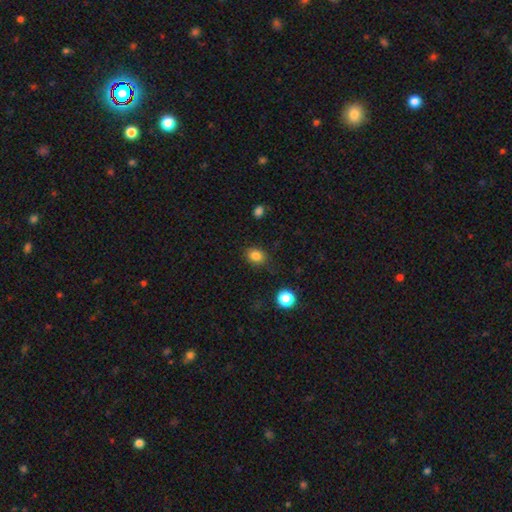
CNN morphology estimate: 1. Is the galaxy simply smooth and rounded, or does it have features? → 83% smooth, 12% star or artifact, 5% featured or disk.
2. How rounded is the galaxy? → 55% round, 44% in between, 1% cigar-shaped.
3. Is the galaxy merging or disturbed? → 80% none, 14% minor disturbance, 4% major disturbance, 2% merger.